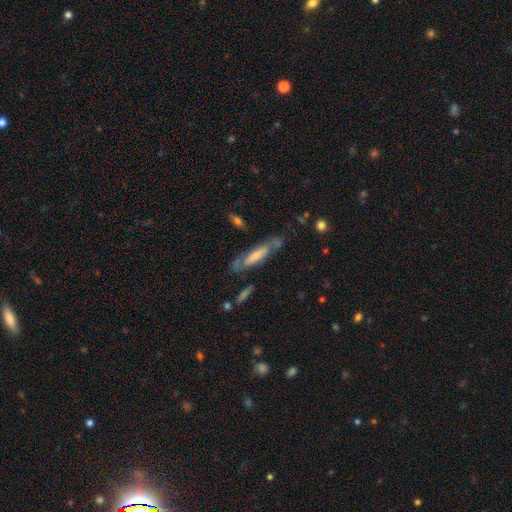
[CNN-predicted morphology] A smooth galaxy with no disk features (49%). Merging: none (59%).